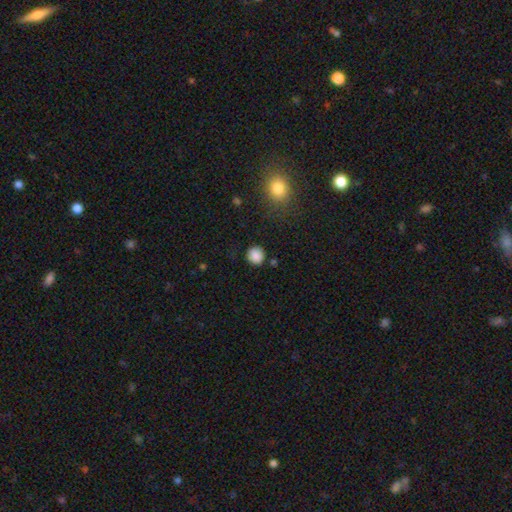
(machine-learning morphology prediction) smooth 87%, star or artifact 10%, featured or disk 4%. Down the decision tree: how rounded — round (91%); merging — none (85%).